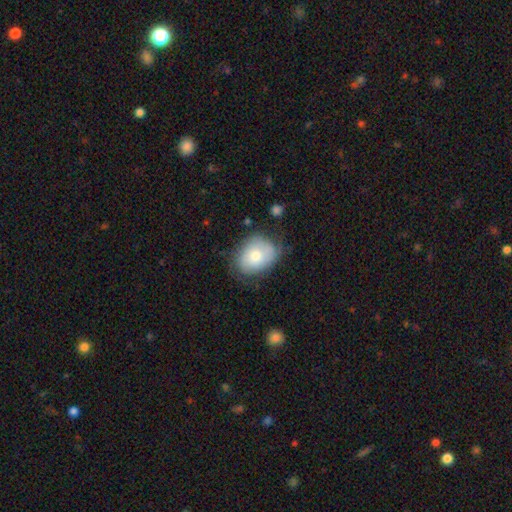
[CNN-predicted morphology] Overall: smooth (71%). How rounded: in between (61%; round 38%). Merging: none (62%; minor disturbance 28%).